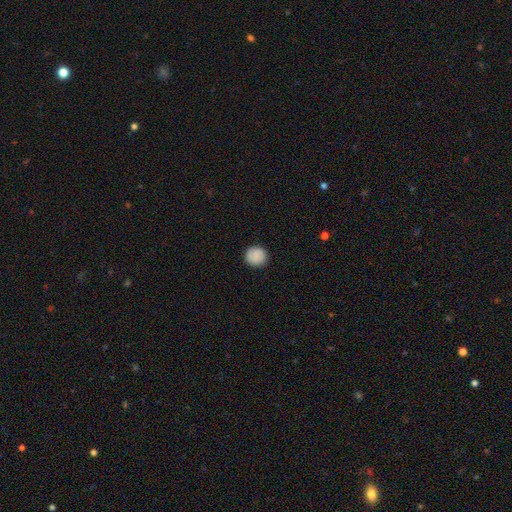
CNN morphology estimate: This is clearly a smooth galaxy (88%). How rounded: clearly round (92%). Merging: clearly none (91%).